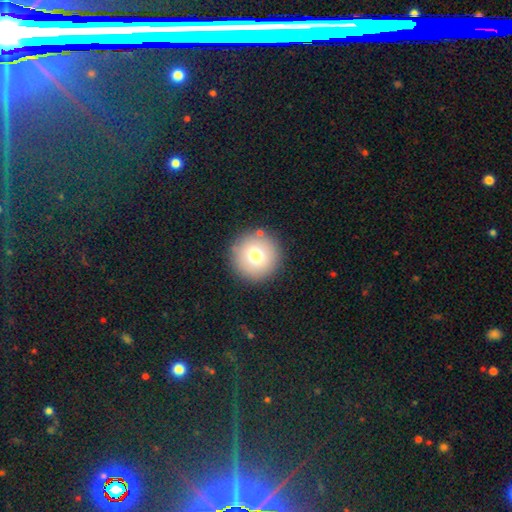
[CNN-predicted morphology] A smooth galaxy with no disk features (73%) that is round (96%).

Vote fractions:
- Smooth or featured? smooth: 73% / featured or disk: 15% / star or artifact: 12%
- How rounded? round: 96% / in between: 3% / cigar-shaped: 1%
- Merging? none: 88% / minor disturbance: 7% / major disturbance: 3% / merger: 2%